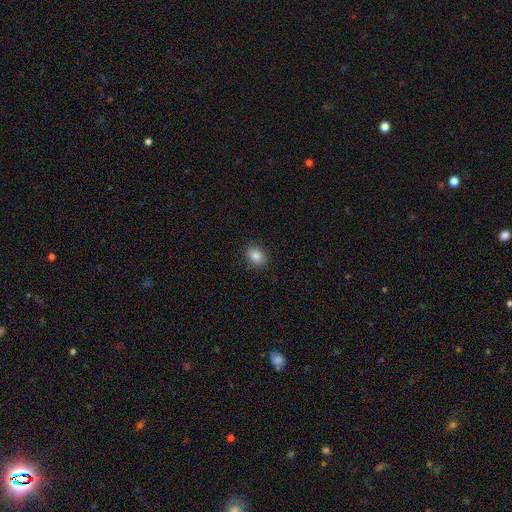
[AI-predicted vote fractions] Smooth or featured?
  - smooth: 85% *
  - star or artifact: 10%
  - featured or disk: 5%
How rounded?
  - round: 52% *
  - in between: 47%
  - cigar-shaped: 1%
Merging?
  - none: 89% *
  - minor disturbance: 8%
  - major disturbance: 2%
  - merger: 1%